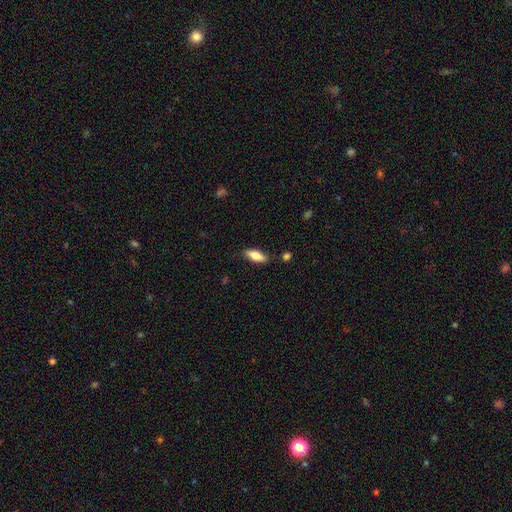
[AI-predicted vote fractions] smooth_or_featured: smooth (p=0.74) [alt: featured or disk p=0.20]
how_rounded: in between (p=0.71) [alt: cigar-shaped p=0.27]
merging: none (p=0.82) [alt: minor disturbance p=0.13]